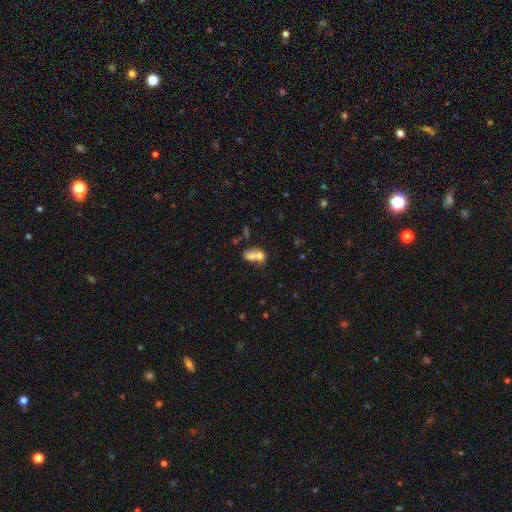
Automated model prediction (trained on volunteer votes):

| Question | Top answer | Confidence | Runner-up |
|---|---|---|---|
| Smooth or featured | smooth | 67% | featured or disk (22%) |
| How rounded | in between | 68% | round (29%) |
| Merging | merger | 69% | none (18%) |